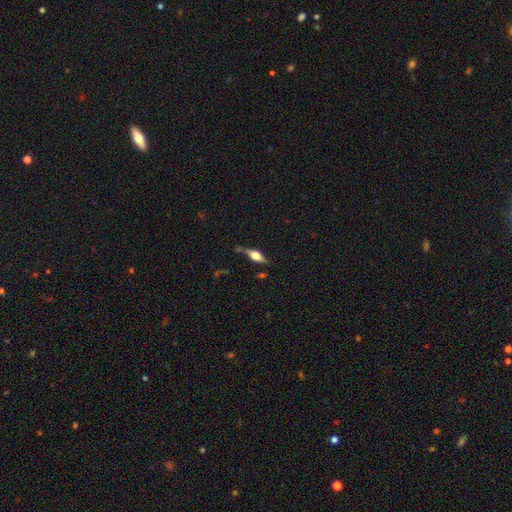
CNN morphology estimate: Overall: featured or disk (66%). Edge-on disk: yes (94%). Edge-on bulge: rounded (91%). Merging: none (72%).